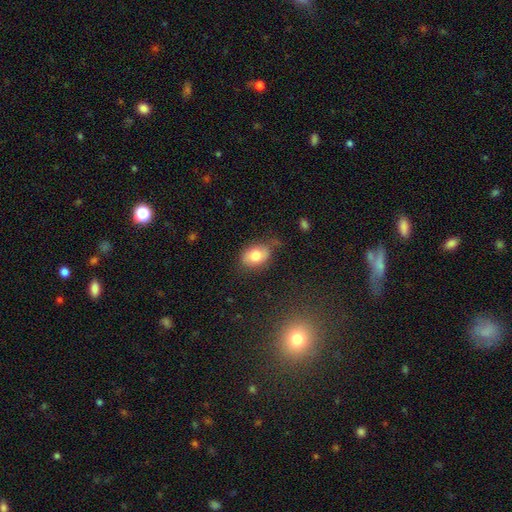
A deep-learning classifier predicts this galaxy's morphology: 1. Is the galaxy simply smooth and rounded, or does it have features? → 76% smooth, 16% featured or disk, 8% star or artifact.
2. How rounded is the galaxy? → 81% in between, 18% round, 1% cigar-shaped.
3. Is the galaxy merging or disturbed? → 65% none, 26% minor disturbance, 7% major disturbance, 3% merger.